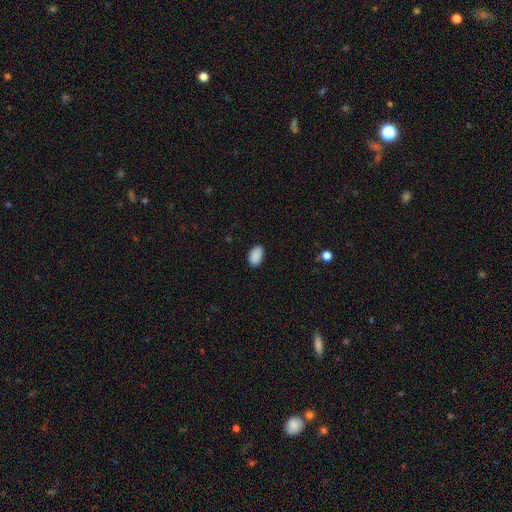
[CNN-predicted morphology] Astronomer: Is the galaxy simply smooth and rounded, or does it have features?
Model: smooth — 90%.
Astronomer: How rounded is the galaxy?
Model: in between — 92%.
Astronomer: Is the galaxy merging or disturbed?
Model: none — 87%.